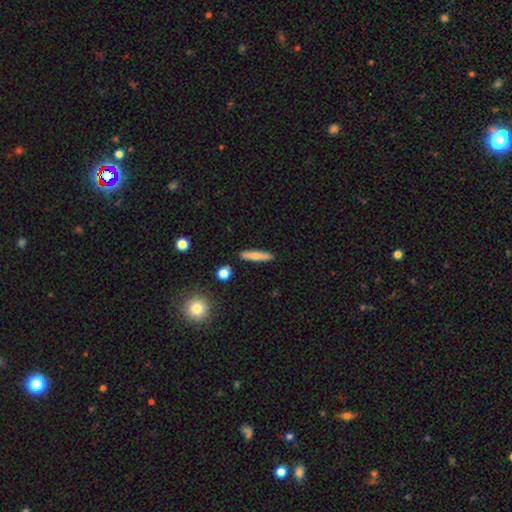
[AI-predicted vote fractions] A smooth galaxy with no disk features (75%) that is cigar-shaped (87%). Merging: none (88%).